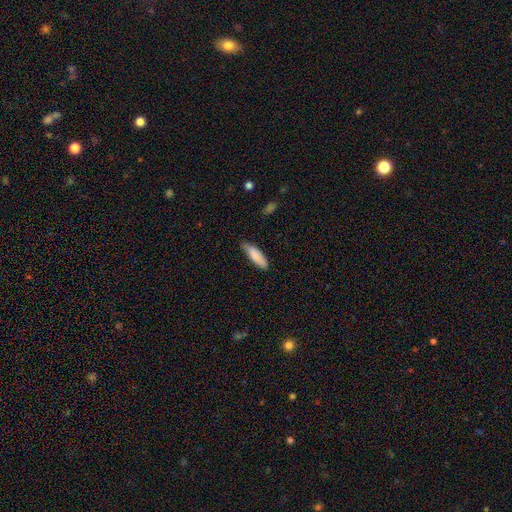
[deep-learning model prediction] smooth-or-featured: smooth: 83% | featured or disk: 12% | star or artifact: 6%
  how-rounded: cigar-shaped: 50% | in between: 49% | round: 2%
  merging: none: 72% | minor disturbance: 23% | major disturbance: 3% | merger: 1%